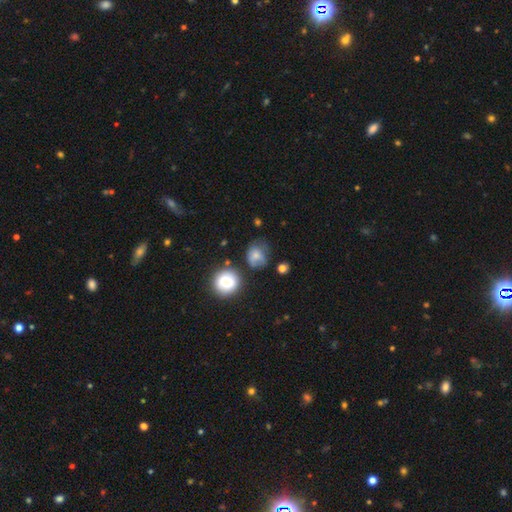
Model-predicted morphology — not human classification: A smooth galaxy with no disk features (71%) that is round (65%). Merging: none (44%).